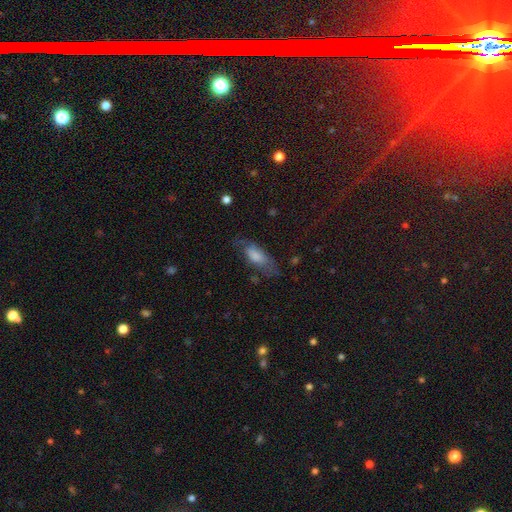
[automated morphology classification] The model was most divided on "merging": none: 49%, minor disturbance: 29%, major disturbance: 20%, merger: 2%. More confident: how rounded — in between (74%); smooth or featured — smooth (66%).